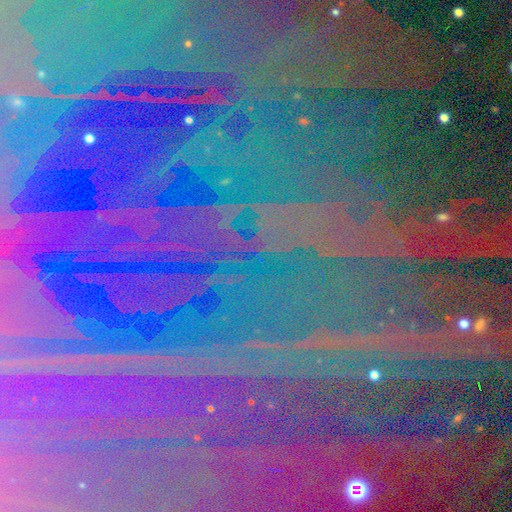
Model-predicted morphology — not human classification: This is clearly a star or artifact rather than a galaxy (88%).